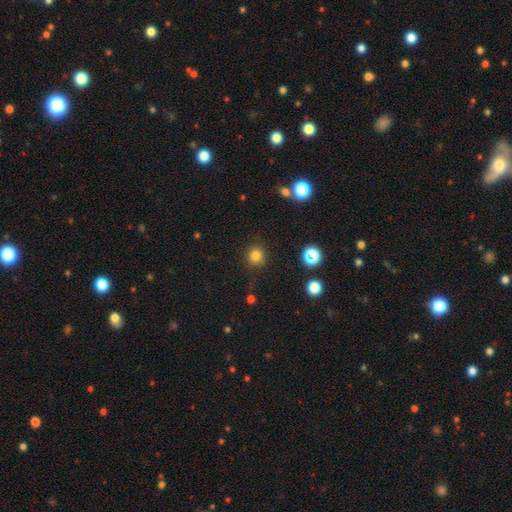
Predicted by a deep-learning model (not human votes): smooth-or-featured: smooth: 80% | star or artifact: 15% | featured or disk: 5%
  how-rounded: round: 89% | in between: 10% | cigar-shaped: 1%
  merging: none: 85% | minor disturbance: 10% | major disturbance: 4% | merger: 2%